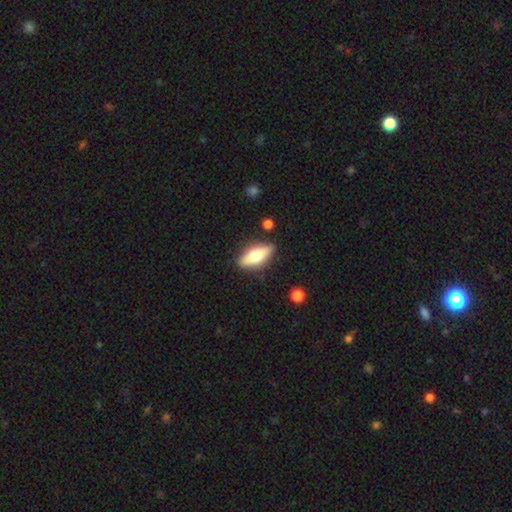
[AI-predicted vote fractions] smooth_or_featured: smooth (p=0.60) [alt: featured or disk p=0.34]
how_rounded: in between (p=0.68) [alt: cigar-shaped p=0.29]
merging: none (p=0.85) [alt: minor disturbance p=0.11]